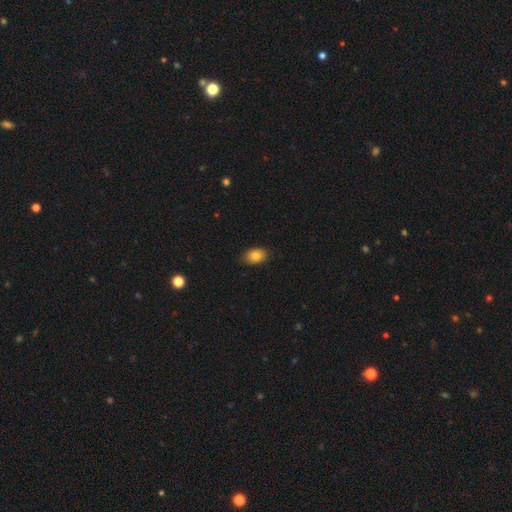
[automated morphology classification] Smooth or featured?
  - smooth: 82% *
  - featured or disk: 9%
  - star or artifact: 9%
How rounded?
  - in between: 78% *
  - round: 20%
  - cigar-shaped: 1%
Merging?
  - none: 86% *
  - minor disturbance: 11%
  - major disturbance: 2%
  - merger: 1%